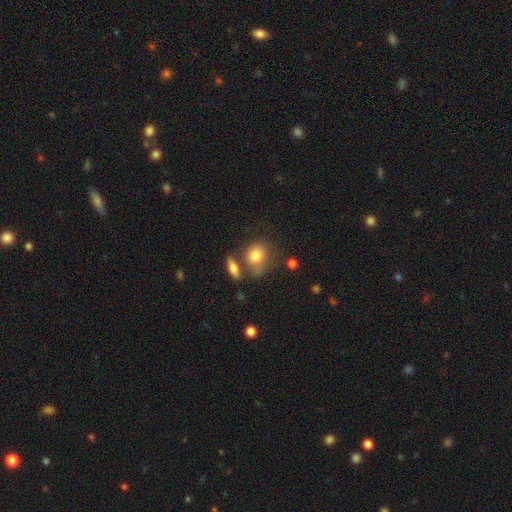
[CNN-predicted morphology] type=smooth (81%); roundness=round (59%); merging=none (51%).